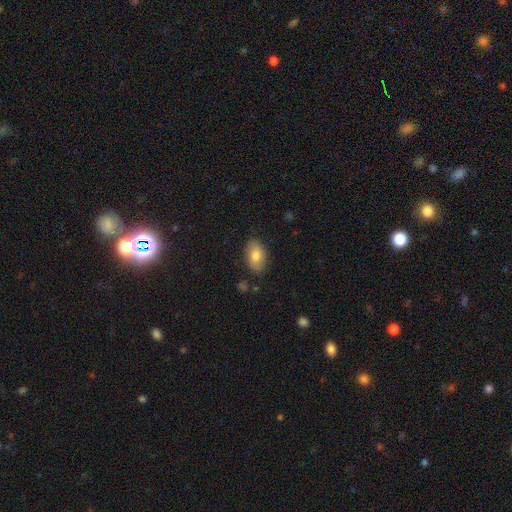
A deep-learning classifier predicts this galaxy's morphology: The model was most divided on "smooth or featured": smooth: 77%, featured or disk: 16%, star or artifact: 7%. More confident: how rounded — in between (92%); merging — none (84%).